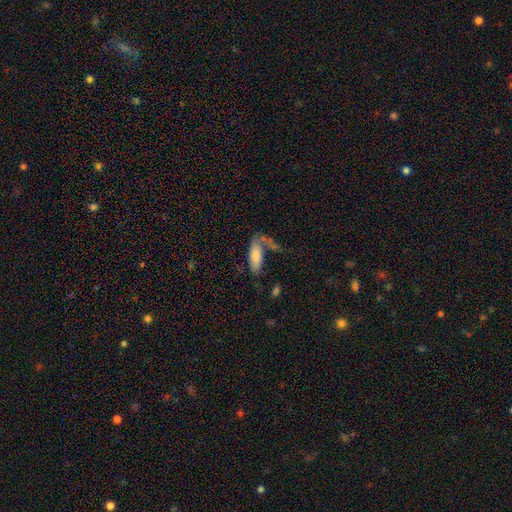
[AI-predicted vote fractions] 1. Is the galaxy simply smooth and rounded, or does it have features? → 77% smooth, 16% featured or disk, 7% star or artifact.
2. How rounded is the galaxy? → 68% in between, 30% cigar-shaped, 2% round.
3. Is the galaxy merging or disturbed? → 47% none, 20% minor disturbance, 19% merger, 13% major disturbance.